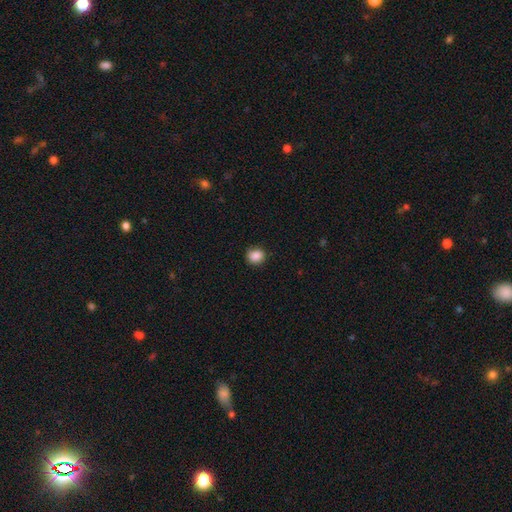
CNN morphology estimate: Smooth or featured?
  - smooth: 87% *
  - star or artifact: 9%
  - featured or disk: 4%
How rounded?
  - round: 85% *
  - in between: 14%
  - cigar-shaped: 1%
Merging?
  - none: 84% *
  - minor disturbance: 13%
  - major disturbance: 3%
  - merger: 1%